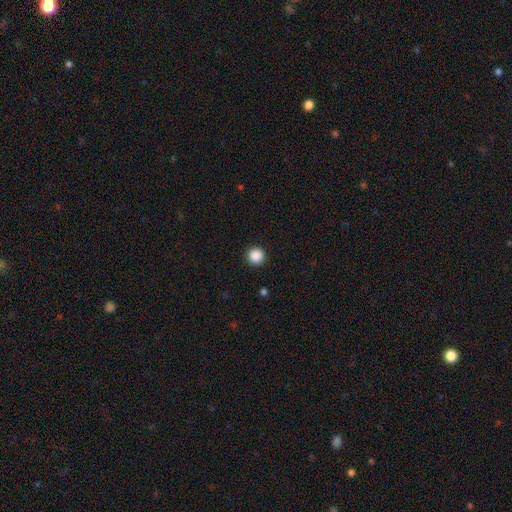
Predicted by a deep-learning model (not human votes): Smooth or featured? smooth (88%)
How rounded? round (96%)
Merging? none (92%)